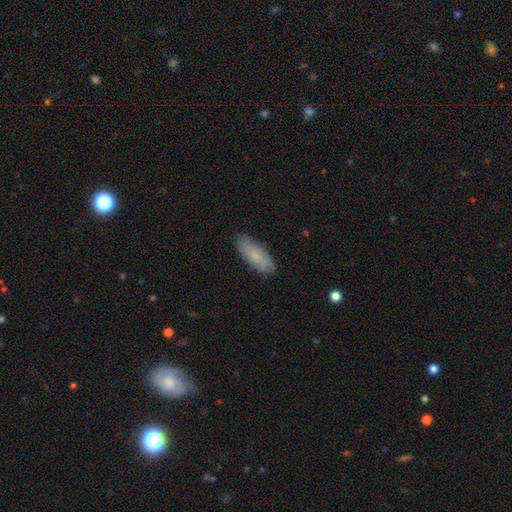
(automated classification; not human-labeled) smooth-or-featured: smooth: 74% | featured or disk: 19% | star or artifact: 6%
  how-rounded: in between: 71% | cigar-shaped: 27% | round: 2%
  merging: none: 84% | minor disturbance: 13% | major disturbance: 2% | merger: 1%